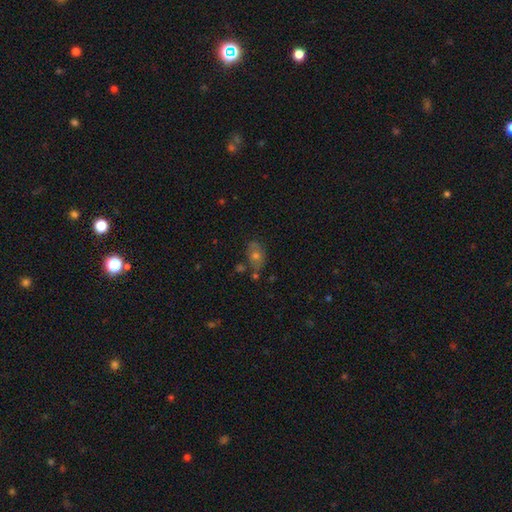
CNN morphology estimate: This is possibly a smooth galaxy (52%). How rounded: likely in between (69%). Merging: possibly none (59%).